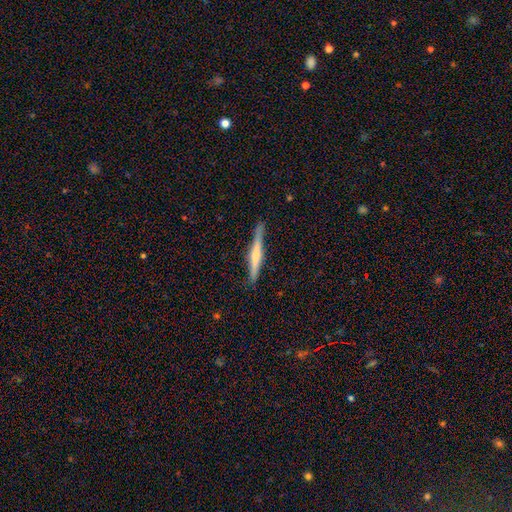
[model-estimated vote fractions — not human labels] This is possibly a featured or disk galaxy (57%). It is clearly viewed edge-on (97%). Edge-on bulge: possibly rounded (47%). Merging: clearly none (88%).